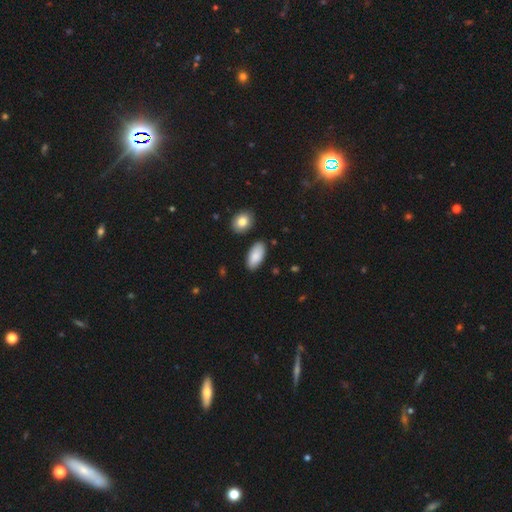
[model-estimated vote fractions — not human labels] The model was most divided on "merging": none: 84%, minor disturbance: 11%, merger: 3%, major disturbance: 2%. More confident: how rounded — in between (92%); smooth or featured — smooth (87%).